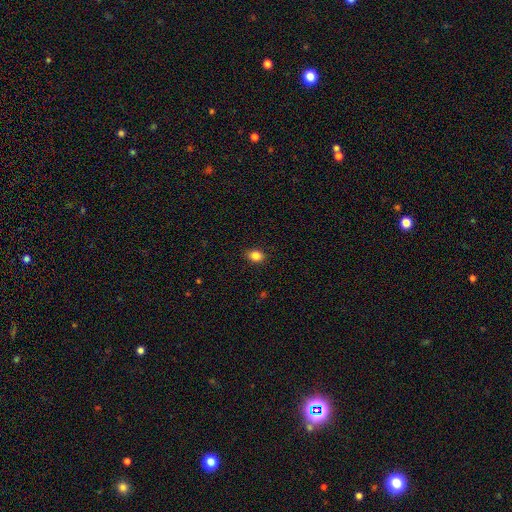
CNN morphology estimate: Smooth or featured? smooth (85%)
How rounded? in between (64%)
Merging? none (88%)